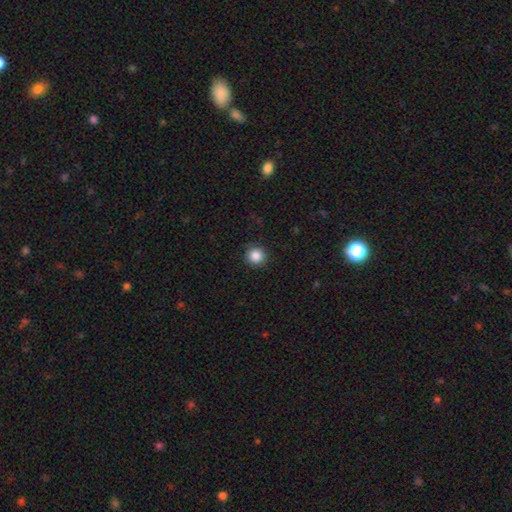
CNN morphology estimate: smooth_or_featured: smooth (p=0.86) [alt: star or artifact p=0.10]
how_rounded: round (p=0.94) [alt: in between p=0.05]
merging: none (p=0.90) [alt: minor disturbance p=0.06]